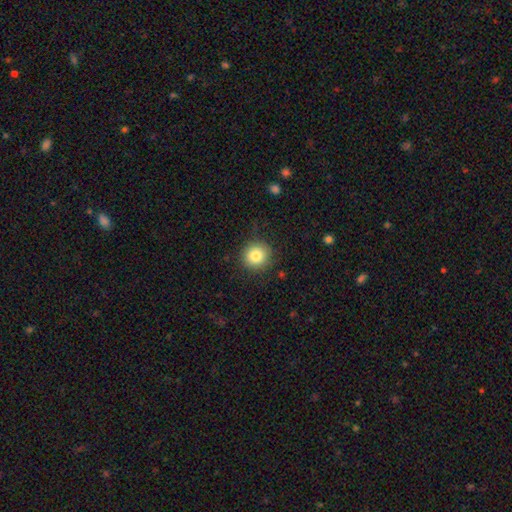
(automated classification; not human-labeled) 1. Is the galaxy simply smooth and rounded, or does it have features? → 83% smooth, 10% star or artifact, 7% featured or disk.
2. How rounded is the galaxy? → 92% round, 7% in between, 1% cigar-shaped.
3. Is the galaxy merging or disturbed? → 88% none, 8% minor disturbance, 3% major disturbance, 1% merger.